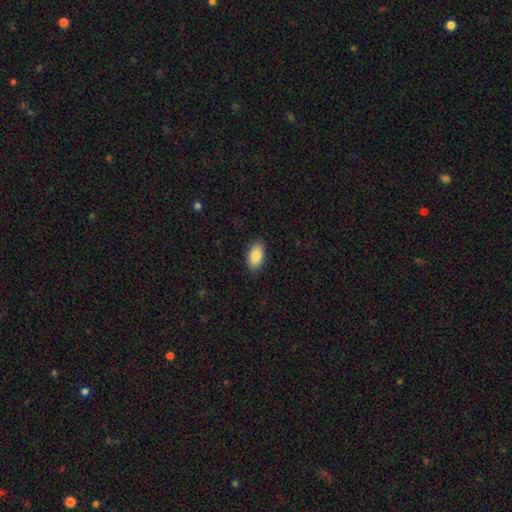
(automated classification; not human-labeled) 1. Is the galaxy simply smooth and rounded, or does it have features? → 88% smooth, 7% star or artifact, 5% featured or disk.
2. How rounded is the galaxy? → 94% in between, 4% round, 2% cigar-shaped.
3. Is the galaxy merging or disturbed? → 88% none, 9% minor disturbance, 2% major disturbance, 1% merger.